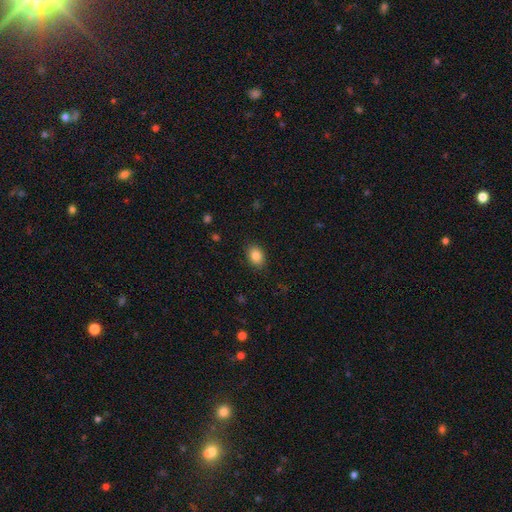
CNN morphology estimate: A smooth galaxy with no disk features (86%) that is in between round and cigar-shaped (71%). Merging: none (87%).